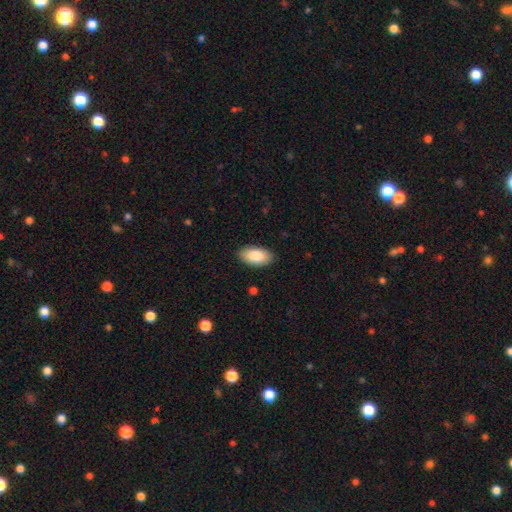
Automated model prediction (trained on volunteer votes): This appears to be a smooth galaxy with no disk features (86%) that is in between round and cigar-shaped (95%). Merging: none (89%).